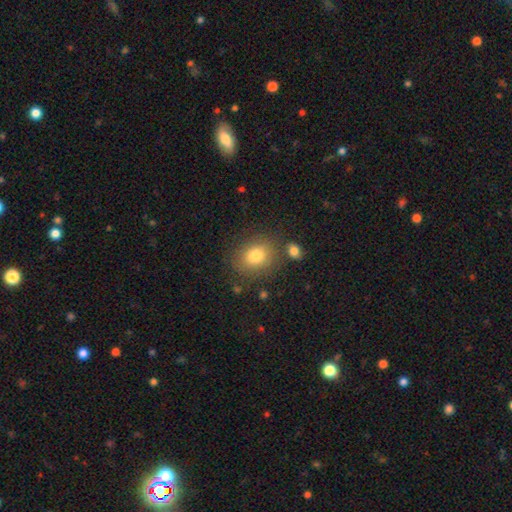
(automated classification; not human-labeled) Overall: smooth (79%). How rounded: round (63%; in between 36%). Merging: none (79%).